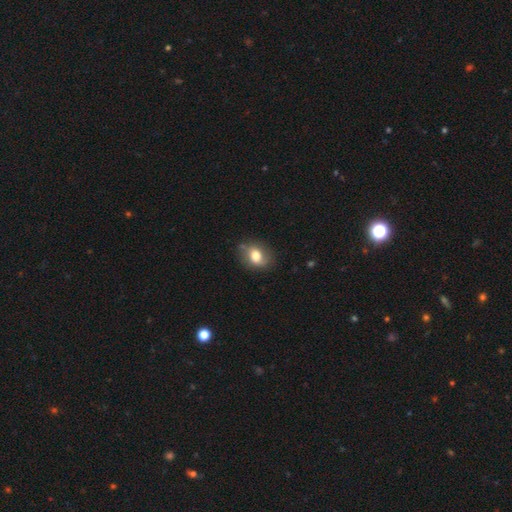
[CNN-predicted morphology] Smooth or featured? Predicted: smooth (p=0.73). How rounded? Predicted: in between (p=0.59). Merging? Predicted: none (p=0.77).